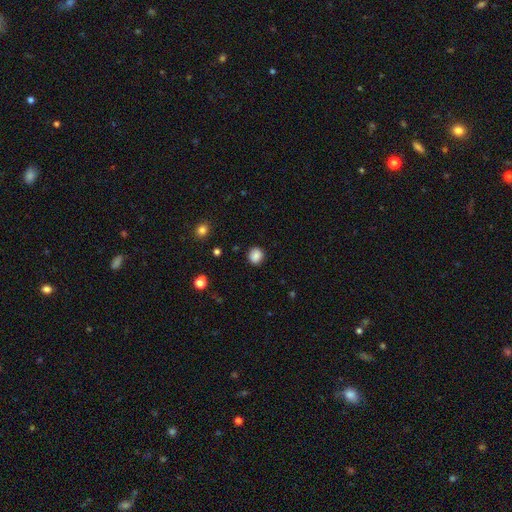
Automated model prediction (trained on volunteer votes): Smooth or featured? smooth (87%)
How rounded? round (83%)
Merging? none (90%)